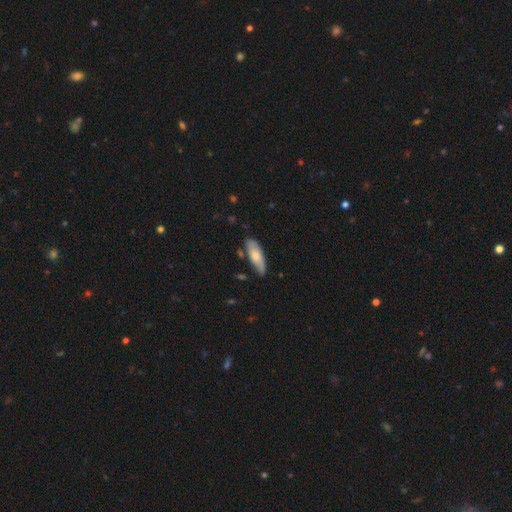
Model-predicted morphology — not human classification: Overall: smooth (68%). How rounded: in between (65%; cigar-shaped 33%). Merging: none (72%).